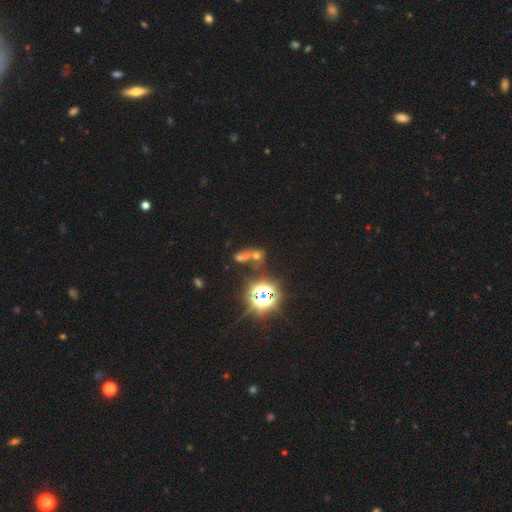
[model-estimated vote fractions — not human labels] This is possibly a star or artifact rather than a galaxy (48%).